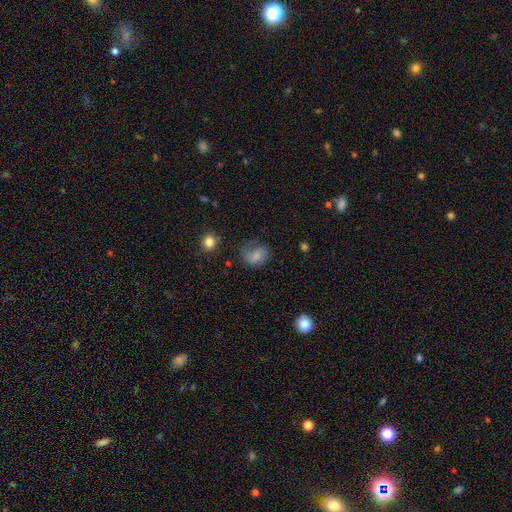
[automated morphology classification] smooth_or_featured: smooth (p=0.56) [alt: featured or disk p=0.34]
how_rounded: round (p=0.56) [alt: in between p=0.42]
merging: none (p=0.51) [alt: minor disturbance p=0.26]